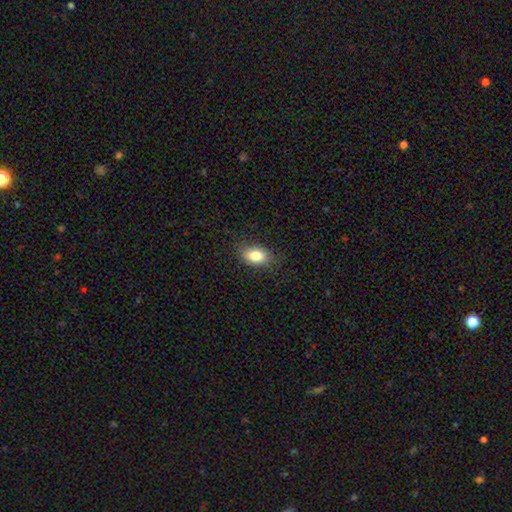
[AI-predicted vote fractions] This appears to be a smooth galaxy with no disk features (81%) that is in between round and cigar-shaped (86%). Merging: none (82%).